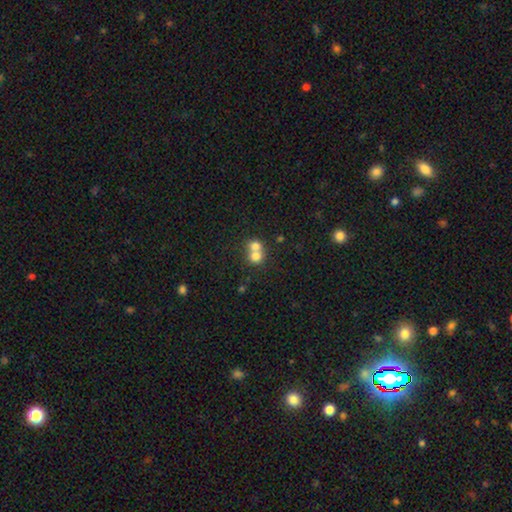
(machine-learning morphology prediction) Smooth or featured?
  - smooth: 73% *
  - featured or disk: 16%
  - star or artifact: 11%
How rounded?
  - round: 78% *
  - in between: 21%
  - cigar-shaped: 1%
Merging?
  - merger: 68% *
  - none: 26%
  - minor disturbance: 4%
  - major disturbance: 2%